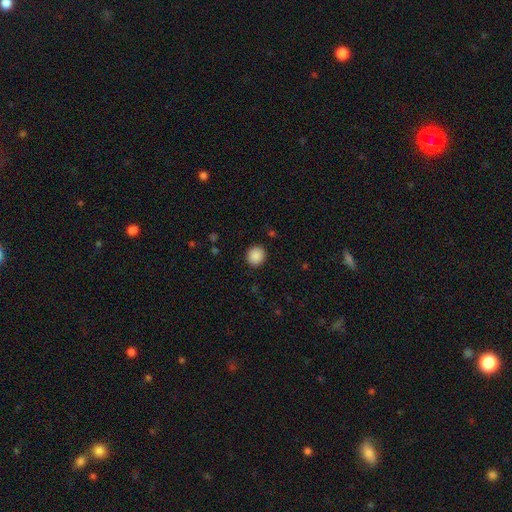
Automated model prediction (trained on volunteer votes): This appears to be a smooth galaxy with no disk features (89%) that is round (90%). Merging: none (91%).